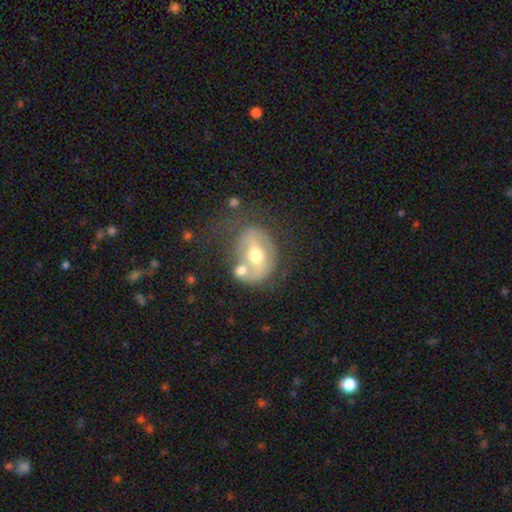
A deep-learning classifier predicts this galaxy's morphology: A featured or disk galaxy (62%) with a strong bar (34%, tied with no), no spiral arms (63%) and a moderate central bulge (75%).

Vote fractions:
- Smooth or featured? featured or disk: 62% / smooth: 31% / star or artifact: 8%
- Edge-on disk? no: 94% / yes: 6%
- Bar? strong: 34% (tied) / no: 34% (tied) / weak: 31%
- Spiral arms? no: 63% / yes: 37%
- Bulge size? moderate: 75% / small: 15% / large: 8% / dominant: 1% / none: 1%
- Merging? none: 49% / minor disturbance: 20% / merger: 17% / major disturbance: 14%